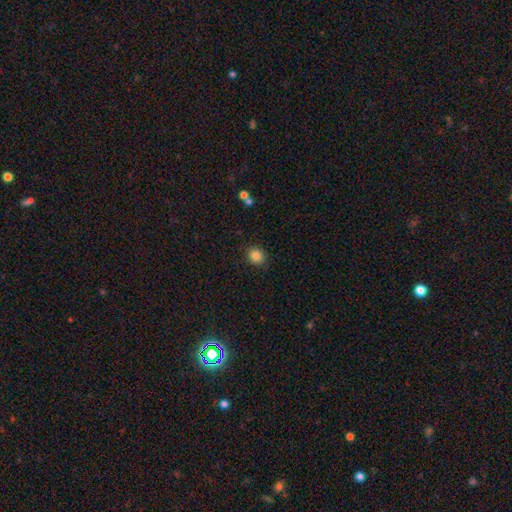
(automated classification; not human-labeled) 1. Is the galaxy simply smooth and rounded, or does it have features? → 85% smooth, 11% star or artifact, 5% featured or disk.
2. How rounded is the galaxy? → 84% round, 15% in between, 1% cigar-shaped.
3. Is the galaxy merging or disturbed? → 89% none, 7% minor disturbance, 2% major disturbance, 1% merger.